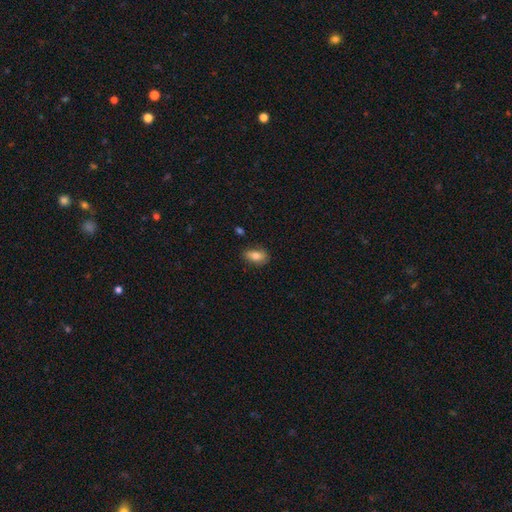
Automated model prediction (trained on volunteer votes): Overall: smooth (78%). How rounded: in between (87%). Merging: none (76%).